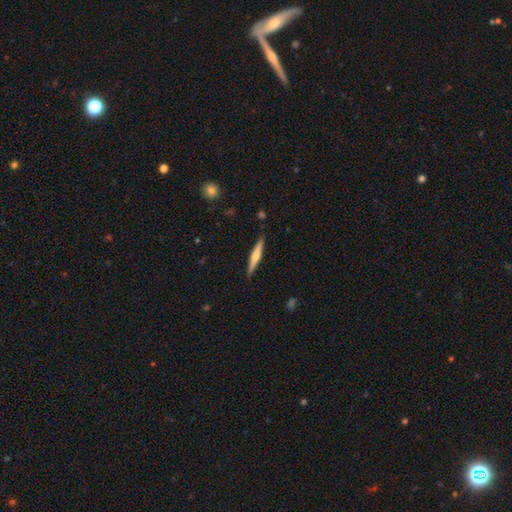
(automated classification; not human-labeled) featured or disk 57%, smooth 38%, star or artifact 5%. Down the decision tree: edge-on disk — yes (97%); edge-on bulge — rounded (84%); merging — none (90%).